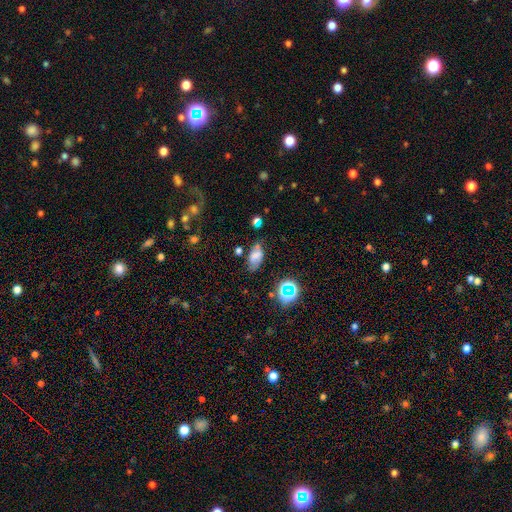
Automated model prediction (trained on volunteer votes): A smooth galaxy with no disk features (58%) that is in between round and cigar-shaped (88%). Merging: none (58%).